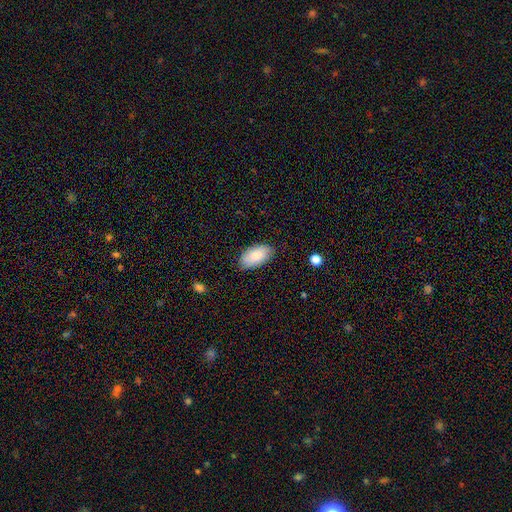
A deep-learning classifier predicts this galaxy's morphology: Smooth or featured? smooth (84%)
How rounded? in between (95%)
Merging? none (83%)